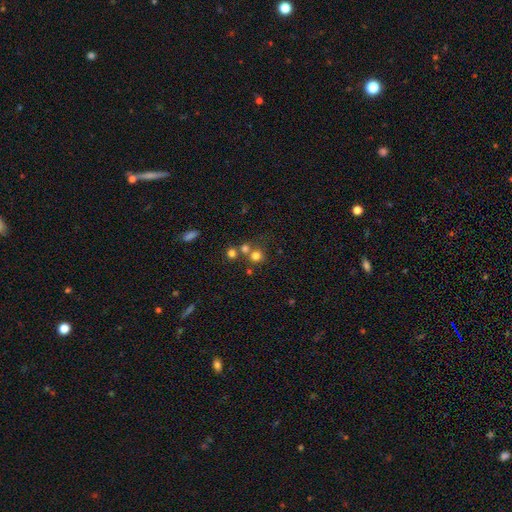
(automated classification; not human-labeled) smooth-or-featured: smooth: 73% | star or artifact: 17% | featured or disk: 10%
  how-rounded: round: 89% | in between: 10% | cigar-shaped: 1%
  merging: none: 58% | merger: 31% | minor disturbance: 7% | major disturbance: 4%